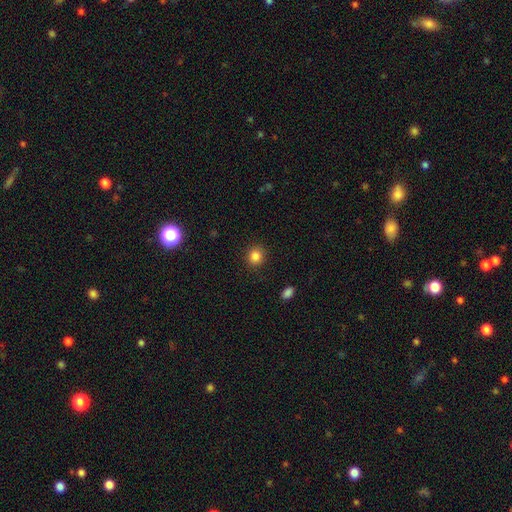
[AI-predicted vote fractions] Smooth or featured?
  - smooth: 84% *
  - star or artifact: 11%
  - featured or disk: 4%
How rounded?
  - round: 84% *
  - in between: 15%
  - cigar-shaped: 1%
Merging?
  - none: 90% *
  - minor disturbance: 7%
  - major disturbance: 2%
  - merger: 1%